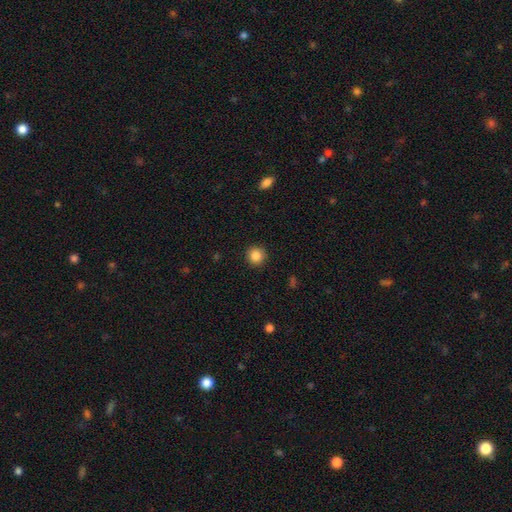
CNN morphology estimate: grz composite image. It shows a smooth galaxy with no disk features (86%) that is round (94%). Merging: none (92%).